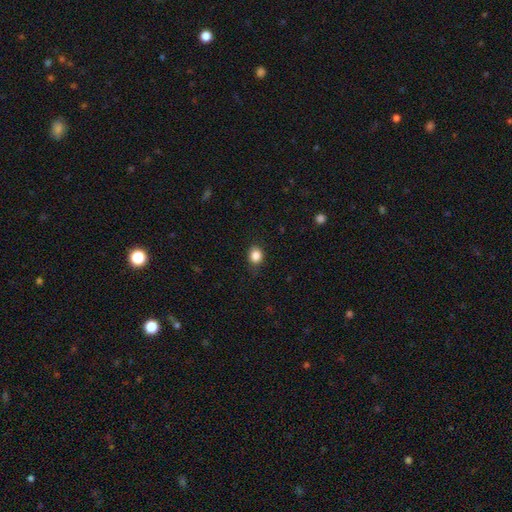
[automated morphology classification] smooth-or-featured: smooth: 86% | star or artifact: 10% | featured or disk: 4%
  how-rounded: round: 59% | in between: 40% | cigar-shaped: 1%
  merging: none: 81% | minor disturbance: 15% | major disturbance: 3% | merger: 1%